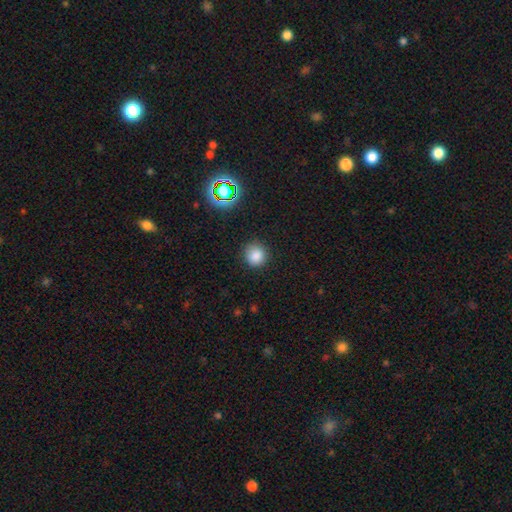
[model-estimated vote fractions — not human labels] smooth 82%, star or artifact 14%, featured or disk 4%. Down the decision tree: how rounded — round (91%); merging — none (86%).